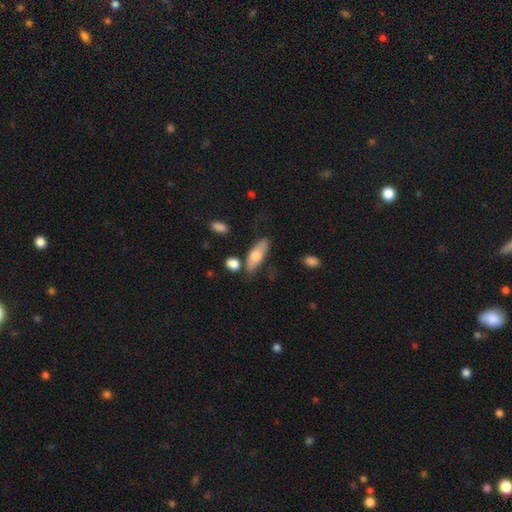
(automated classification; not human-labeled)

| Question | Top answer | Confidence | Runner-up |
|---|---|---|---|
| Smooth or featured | smooth | 68% | featured or disk (26%) |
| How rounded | in between | 68% | cigar-shaped (29%) |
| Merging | none | 66% | minor disturbance (20%) |